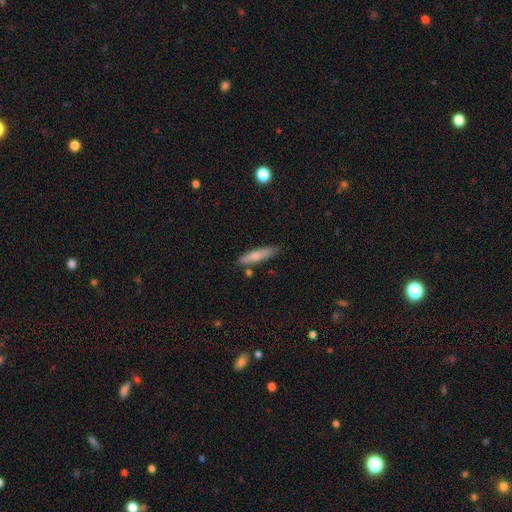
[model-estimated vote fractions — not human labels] Smooth or featured? smooth (75%)
How rounded? cigar-shaped (80%)
Merging? none (79%)